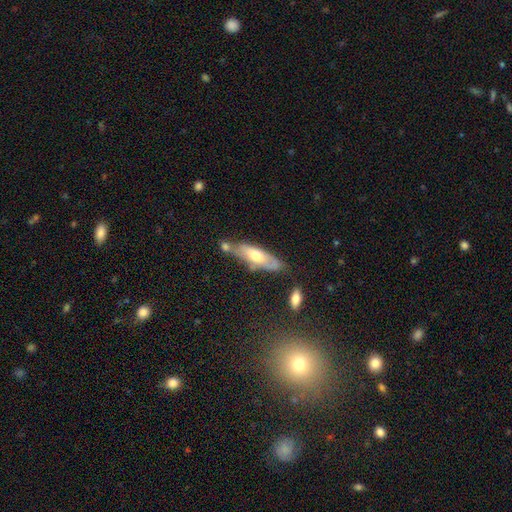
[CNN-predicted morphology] smooth-or-featured: featured or disk: 47% | smooth: 46% | star or artifact: 6%
  merging: none: 54% | minor disturbance: 23% | merger: 16% | major disturbance: 7%